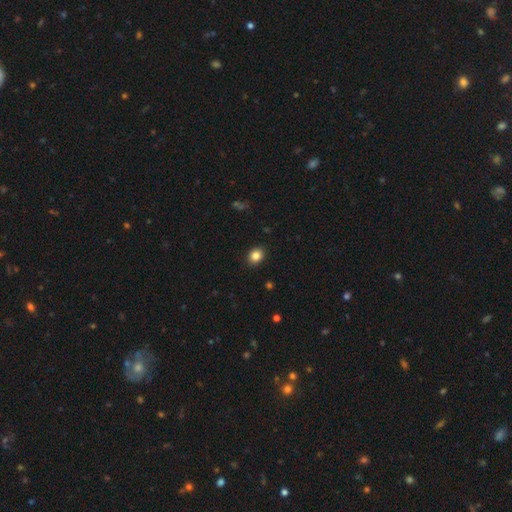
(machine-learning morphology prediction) smooth 85%, star or artifact 10%, featured or disk 5%. Down the decision tree: how rounded — round (55%); merging — none (90%).